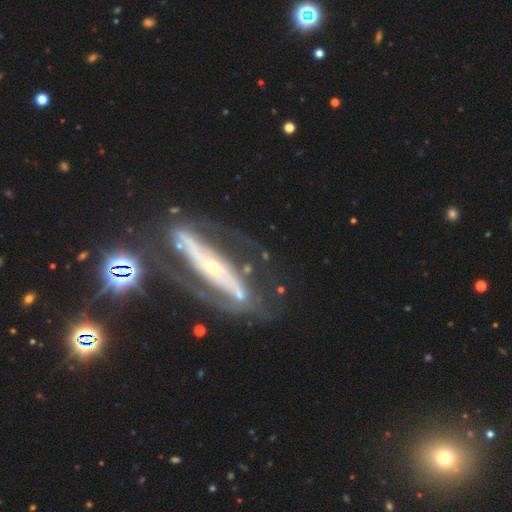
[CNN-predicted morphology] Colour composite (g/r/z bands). It shows a featured or disk galaxy (83%) with a strong bar (48%), spiral arms (75%) and a small central bulge (72%). Merging: none (62%).